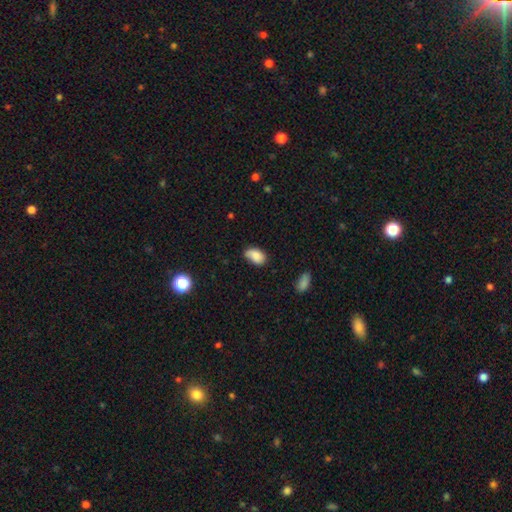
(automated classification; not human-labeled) A smooth galaxy with no disk features (82%) that is in between round and cigar-shaped (88%).

Vote fractions:
- Smooth or featured? smooth: 82% / featured or disk: 10% / star or artifact: 8%
- How rounded? in between: 88% / round: 10% / cigar-shaped: 1%
- Merging? none: 55% / minor disturbance: 34% / major disturbance: 8% / merger: 3%